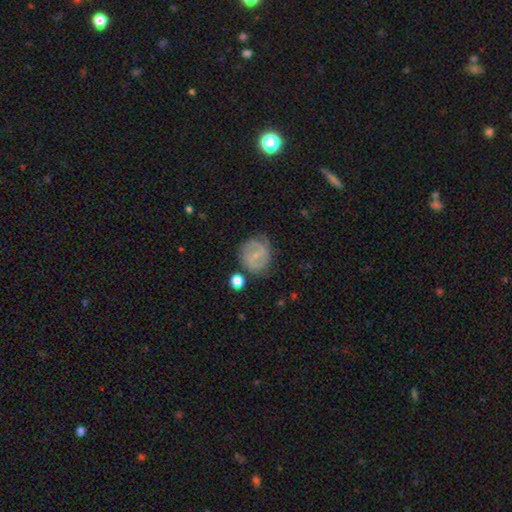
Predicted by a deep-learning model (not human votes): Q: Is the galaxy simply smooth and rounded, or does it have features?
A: featured or disk — 61%.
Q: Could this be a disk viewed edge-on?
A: no — 97%.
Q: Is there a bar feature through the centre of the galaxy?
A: weak — 48%.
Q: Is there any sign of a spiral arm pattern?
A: yes — 82%.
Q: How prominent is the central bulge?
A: small — 73%.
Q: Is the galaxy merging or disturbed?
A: none — 68%.